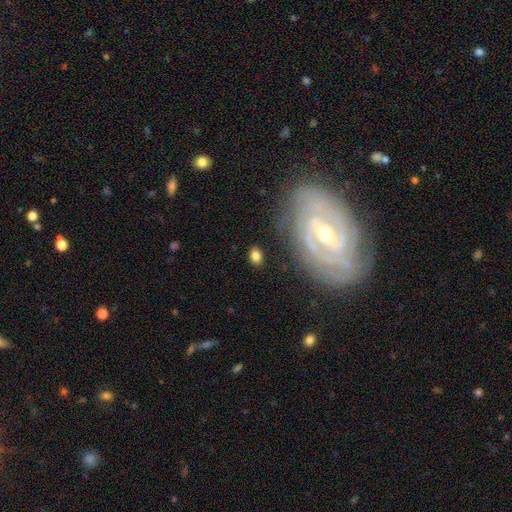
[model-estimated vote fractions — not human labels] A smooth galaxy with no disk features (75%) that is in between round and cigar-shaped (79%).

Vote fractions:
- Smooth or featured? smooth: 75% / featured or disk: 16% / star or artifact: 9%
- How rounded? in between: 79% / round: 19% / cigar-shaped: 2%
- Merging? none: 81% / minor disturbance: 11% / major disturbance: 4% / merger: 3%